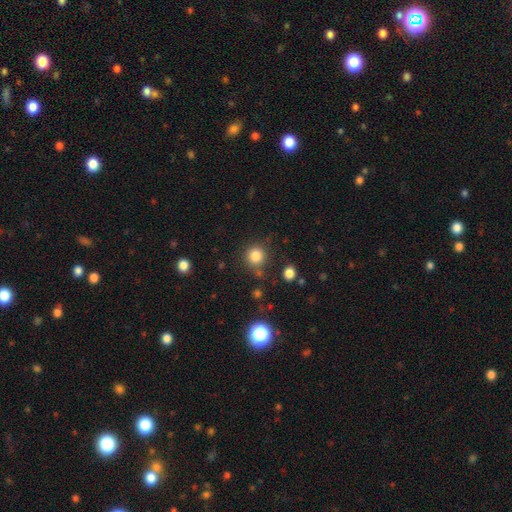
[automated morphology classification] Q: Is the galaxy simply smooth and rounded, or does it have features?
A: smooth — 83%.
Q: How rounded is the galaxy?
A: round — 91%.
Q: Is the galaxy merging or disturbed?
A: none — 80%.